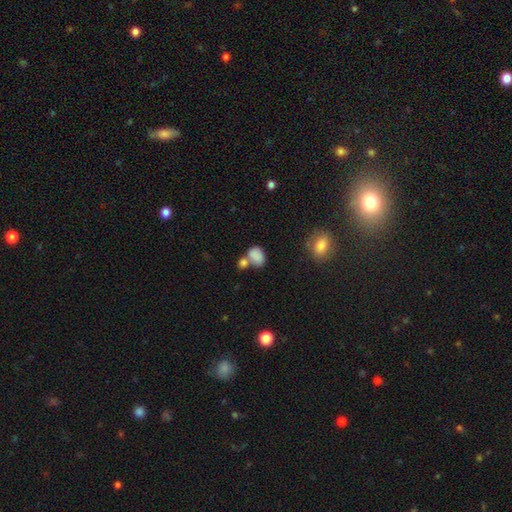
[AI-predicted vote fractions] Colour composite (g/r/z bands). It shows a smooth galaxy with no disk features (83%) that is in between round and cigar-shaped (72%). Merging: merger (41%).